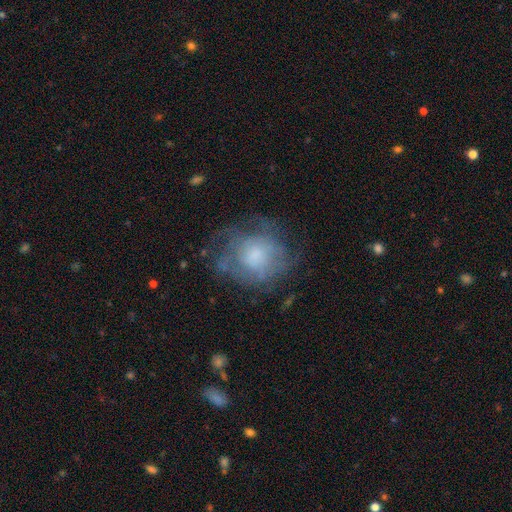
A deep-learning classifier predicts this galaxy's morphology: Smooth or featured? featured or disk (48%)
Merging? none (54%)